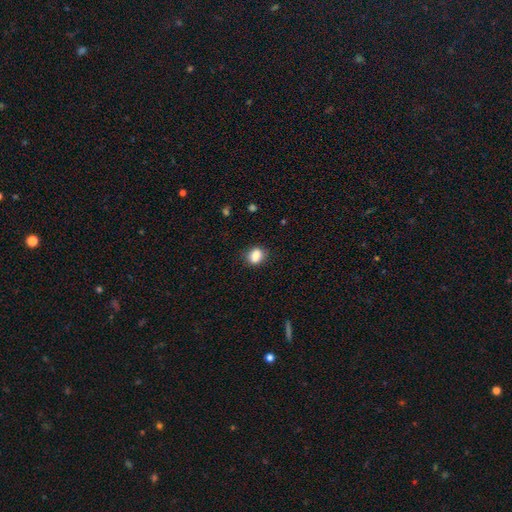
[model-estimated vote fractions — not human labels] Overall: smooth (85%). How rounded: in between (59%; round 39%). Merging: none (78%).